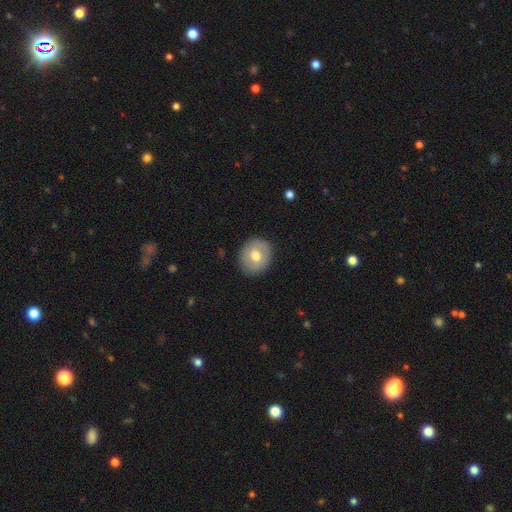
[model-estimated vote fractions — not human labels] smooth 63%, featured or disk 30%, star or artifact 7%. Down the decision tree: how rounded — round (68%); merging — none (87%).